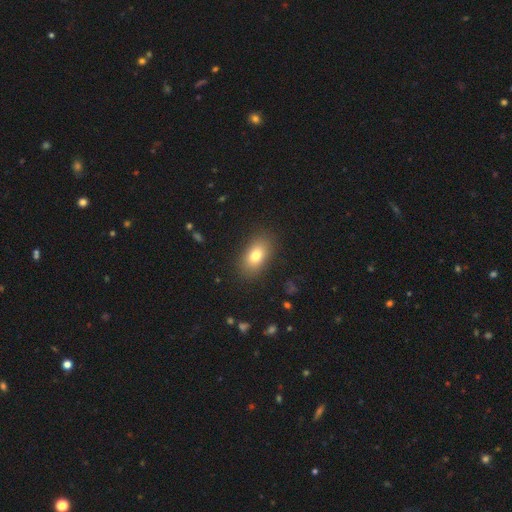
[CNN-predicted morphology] smooth 77%, featured or disk 13%, star or artifact 10%. Down the decision tree: how rounded — in between (86%); merging — none (87%).